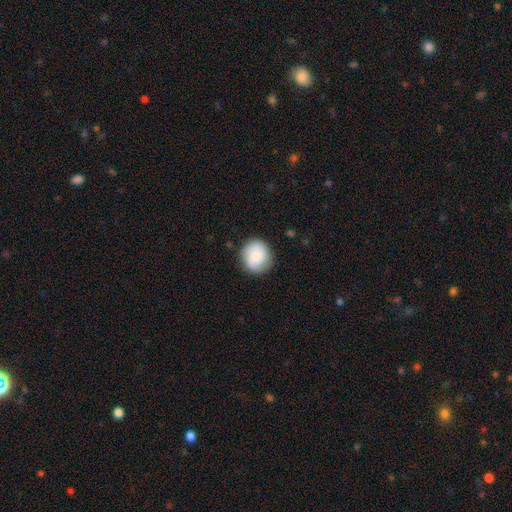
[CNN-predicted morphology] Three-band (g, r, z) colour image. It shows a smooth galaxy with no disk features (61%) that is round (85%). Merging: none (83%).